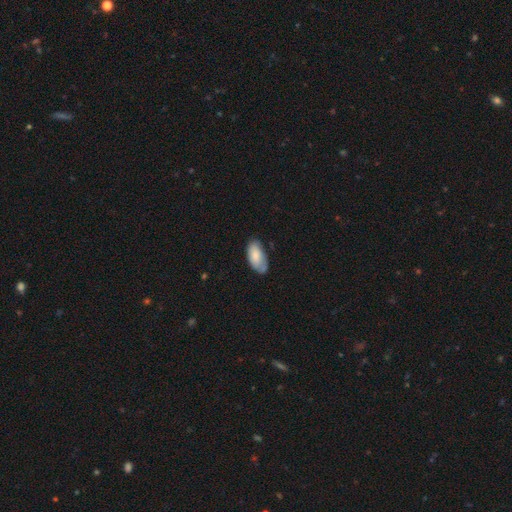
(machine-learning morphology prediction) Q: Smooth or featured?
A: smooth (79%); runner-up: featured or disk (15%)
Q: How rounded?
A: in between (94%); runner-up: cigar-shaped (4%)
Q: Merging?
A: none (60%); runner-up: minor disturbance (32%)